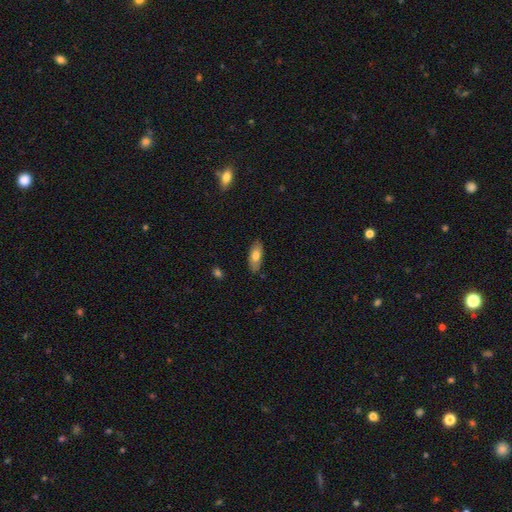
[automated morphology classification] Smooth or featured? Predicted: smooth (p=0.71). How rounded? Predicted: in between (p=0.84). Merging? Predicted: none (p=0.85).